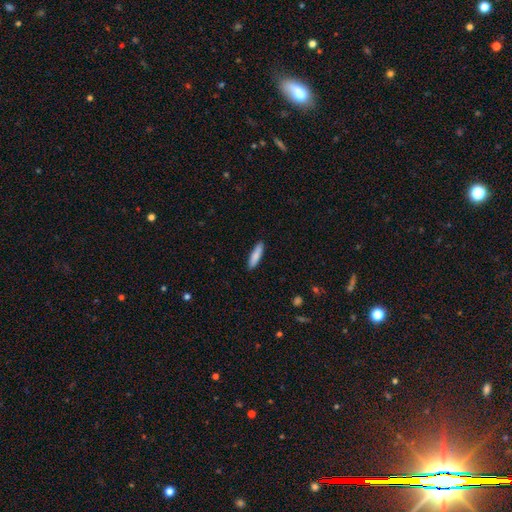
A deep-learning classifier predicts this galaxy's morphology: A smooth galaxy with no disk features (84%) that is cigar-shaped (74%). Merging: none (90%).